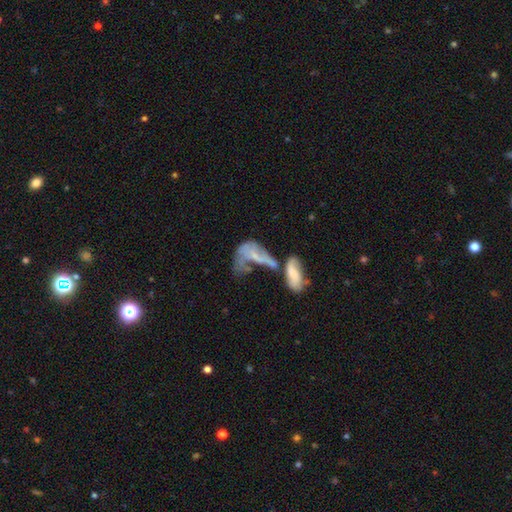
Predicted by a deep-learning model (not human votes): The model was most divided on "smooth or featured": featured or disk: 49%, smooth: 38%, star or artifact: 13%. More confident: merging — merger (57%).